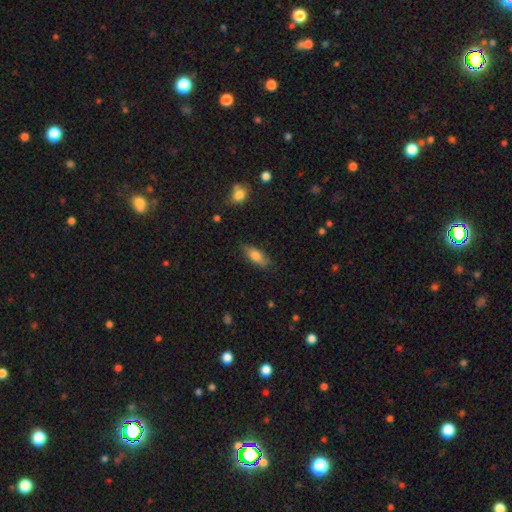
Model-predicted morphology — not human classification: Smooth or featured?
  - smooth: 78% *
  - featured or disk: 15%
  - star or artifact: 7%
How rounded?
  - in between: 77% *
  - cigar-shaped: 20%
  - round: 3%
Merging?
  - none: 79% *
  - minor disturbance: 16%
  - major disturbance: 3%
  - merger: 1%